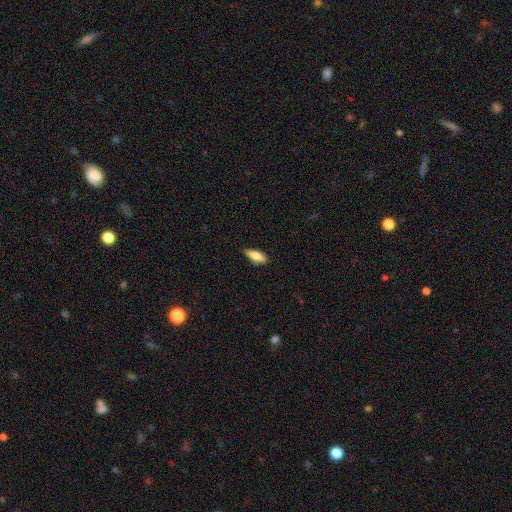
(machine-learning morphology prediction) This is likely a smooth galaxy (75%). How rounded: possibly in between (58%). Merging: clearly none (80%).